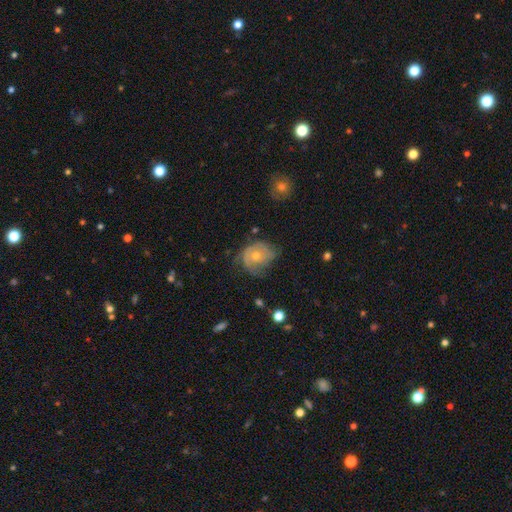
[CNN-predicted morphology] This is possibly a featured or disk galaxy (55%). It is clearly not viewed edge-on (97%). Bar: clearly no (81%). Spiral arm pattern: likely yes (72%). Central bulge: possibly moderate (53%). Merging: possibly none (47%).